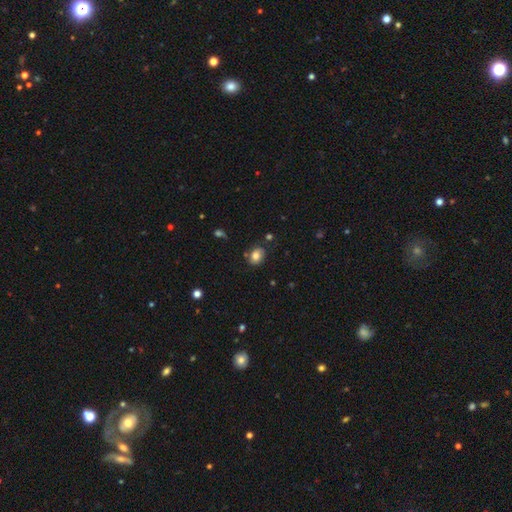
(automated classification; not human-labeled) The model was most divided on "how rounded": in between: 57%, round: 42%, cigar-shaped: 1%. More confident: smooth or featured — smooth (79%); merging — none (76%).